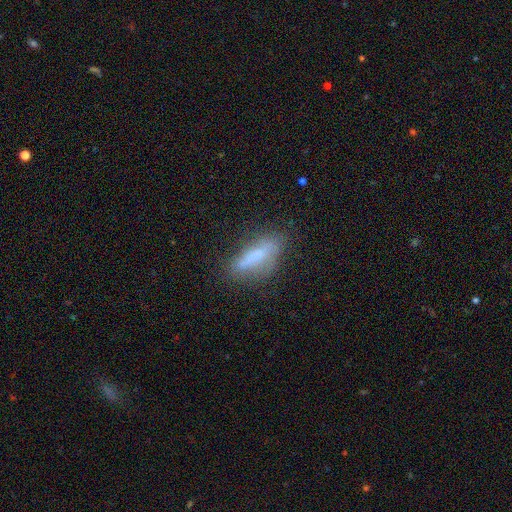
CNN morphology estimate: type=smooth (58%); roundness=cigar-shaped (55%); merging=none (66%).